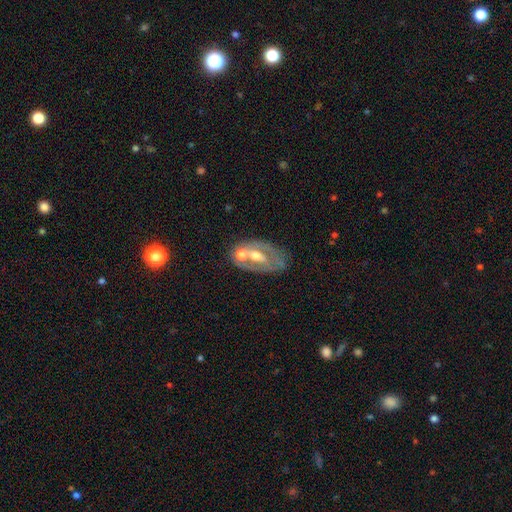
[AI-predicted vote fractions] Q: Smooth or featured?
A: featured or disk (67%); runner-up: smooth (24%)
Q: Edge-on disk?
A: no (92%); runner-up: yes (8%)
Q: Bar?
A: no (56%); runner-up: weak (28%)
Q: Spiral arms?
A: no (60%); runner-up: yes (40%)
Q: Bulge size?
A: moderate (68%); runner-up: small (16%)
Q: Merging?
A: none (42%); runner-up: merger (26%)